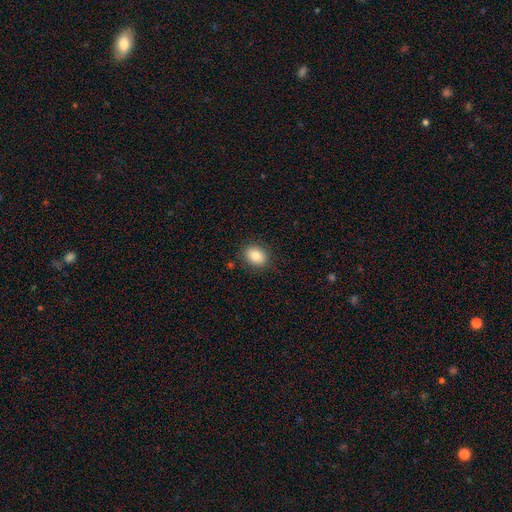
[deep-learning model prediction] smooth_or_featured: smooth (p=0.84) [alt: star or artifact p=0.09]
how_rounded: in between (p=0.57) [alt: round p=0.42]
merging: none (p=0.87) [alt: minor disturbance p=0.09]